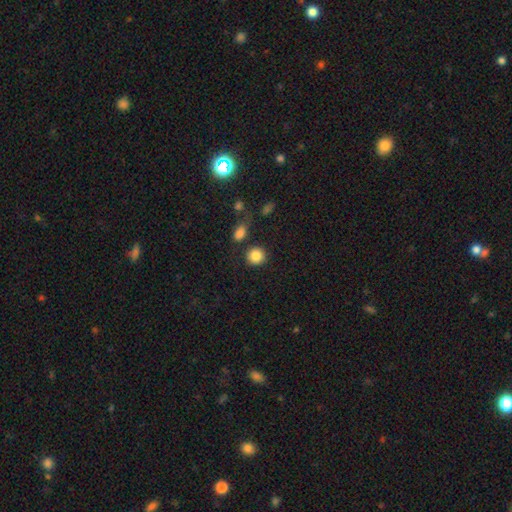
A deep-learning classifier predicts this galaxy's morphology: smooth 85%, star or artifact 9%, featured or disk 5%. Down the decision tree: how rounded — round (90%); merging — none (82%).